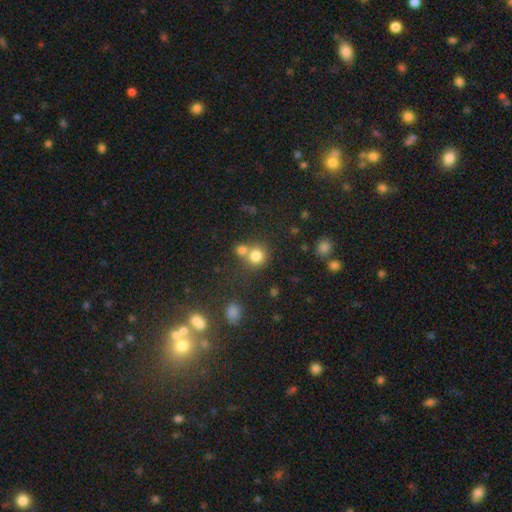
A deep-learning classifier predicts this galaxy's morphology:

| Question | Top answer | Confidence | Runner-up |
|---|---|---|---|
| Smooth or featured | smooth | 78% | star or artifact (14%) |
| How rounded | round | 88% | in between (11%) |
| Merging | none | 51% | merger (38%) |